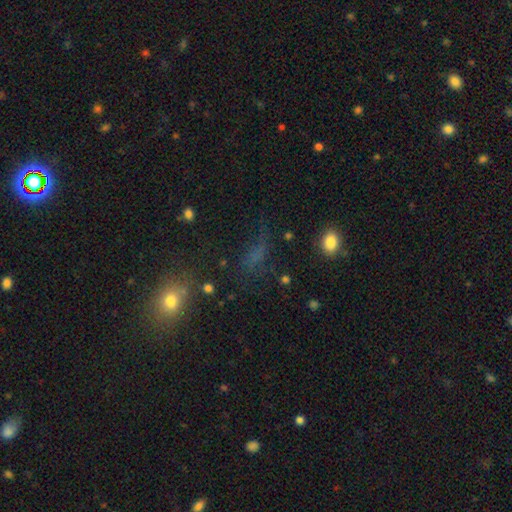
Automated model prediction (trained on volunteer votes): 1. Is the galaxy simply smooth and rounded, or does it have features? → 48% smooth, 32% star or artifact, 20% featured or disk.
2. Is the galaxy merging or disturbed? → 51% none, 25% major disturbance, 20% minor disturbance, 5% merger.